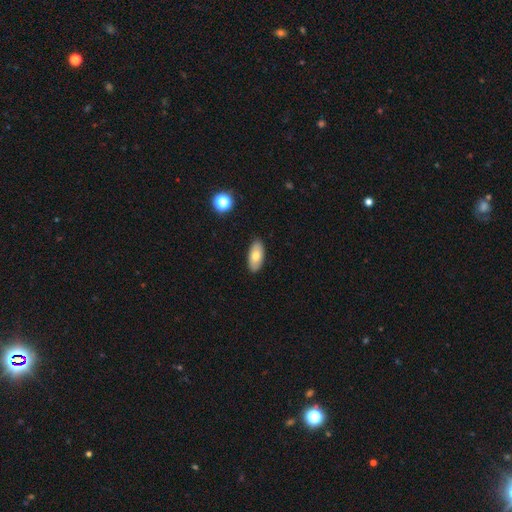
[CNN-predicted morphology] smooth 73%, featured or disk 20%, star or artifact 7%. Down the decision tree: how rounded — in between (91%); merging — none (89%).